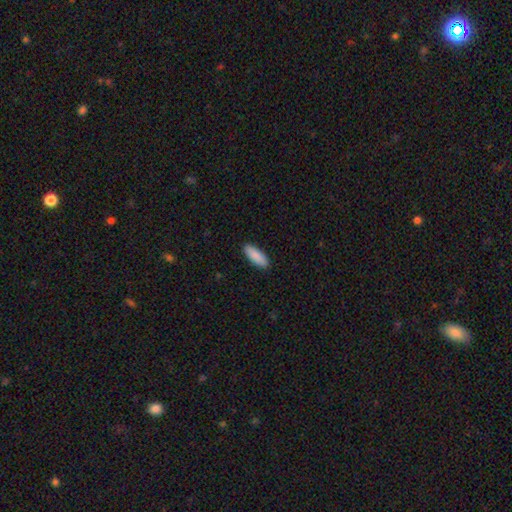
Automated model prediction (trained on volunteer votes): Overall: smooth (90%). How rounded: in between (64%; cigar-shaped 34%). Merging: none (91%).